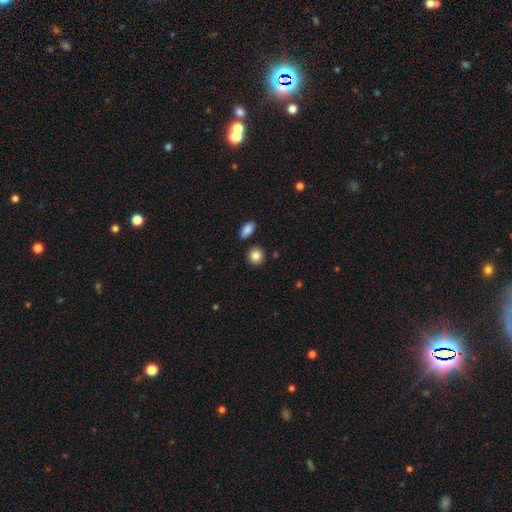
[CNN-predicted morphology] smooth 86%, star or artifact 9%, featured or disk 5%. Down the decision tree: how rounded — round (85%); merging — none (85%).